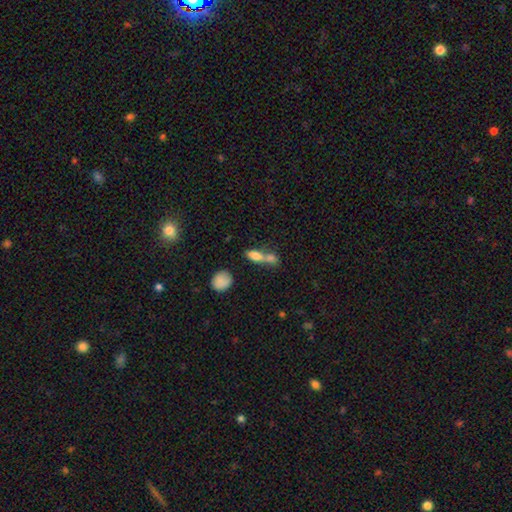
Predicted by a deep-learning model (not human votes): Overall: smooth (75%). How rounded: in between (69%). Merging: merger (60%; none 26%).